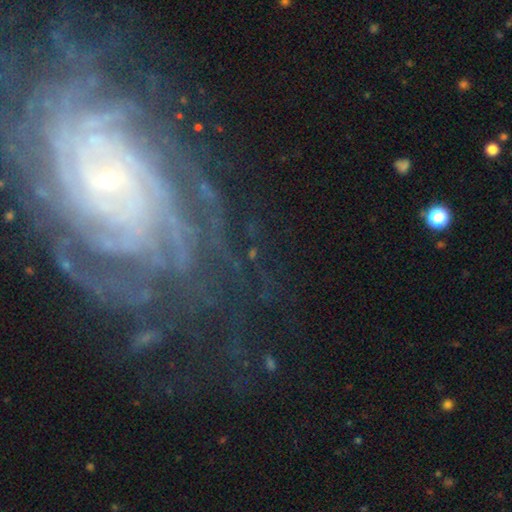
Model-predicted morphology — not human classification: smooth_or_featured: featured or disk (p=0.78) [alt: star or artifact p=0.14]
disk_edge_on: no (p=0.96) [alt: yes p=0.04]
bar: no (p=0.61) [alt: weak p=0.24]
has_spiral_arms: yes (p=0.93) [alt: no p=0.07]
spiral_winding: tight (p=0.72) [alt: medium p=0.21]
spiral_arm_count: can't tell (p=0.29) [alt: more than 4 p=0.23]
bulge_size: small (p=0.78) [alt: moderate p=0.12]
merging: none (p=0.67) [alt: minor disturbance p=0.15]